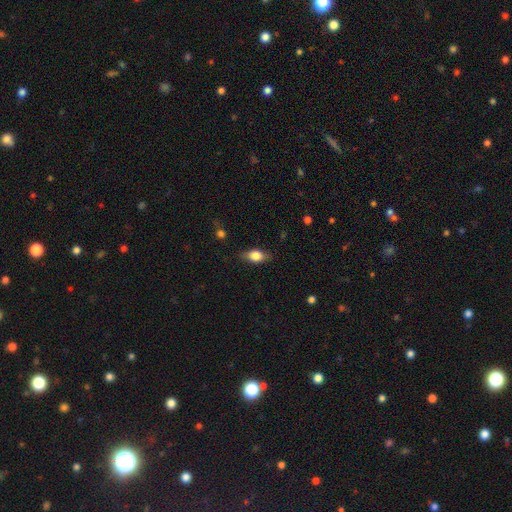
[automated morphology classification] The model was most divided on "smooth or featured": smooth: 69%, featured or disk: 23%, star or artifact: 8%. More confident: merging — none (79%); how rounded — in between (77%).